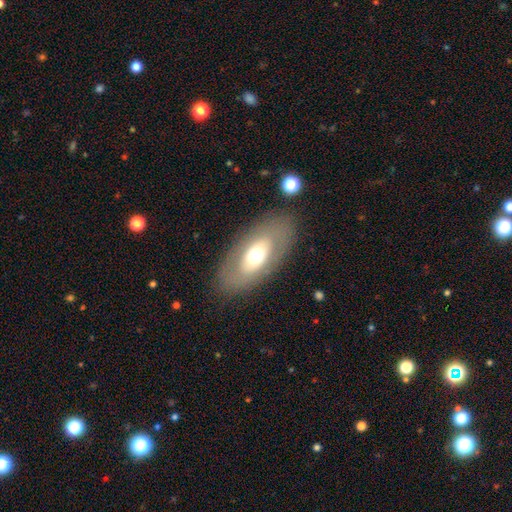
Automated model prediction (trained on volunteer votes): Smooth or featured? Predicted: smooth (p=0.53). How rounded? Predicted: in between (p=0.90). Merging? Predicted: none (p=0.83).